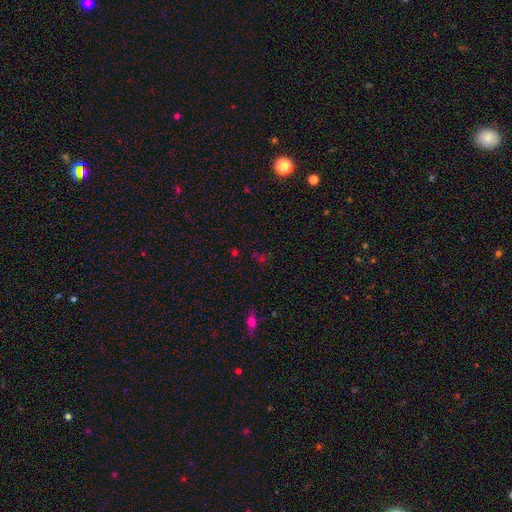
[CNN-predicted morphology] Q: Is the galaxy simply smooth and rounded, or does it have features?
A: star or artifact — 53%.